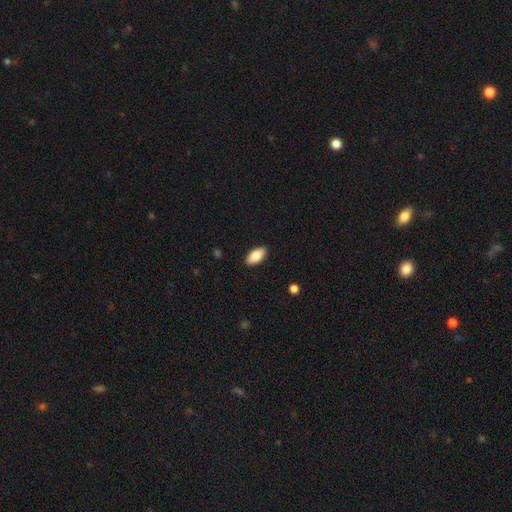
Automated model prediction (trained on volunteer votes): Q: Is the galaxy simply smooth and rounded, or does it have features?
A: smooth — 82%.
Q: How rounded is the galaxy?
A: in between — 90%.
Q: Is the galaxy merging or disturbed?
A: none — 90%.